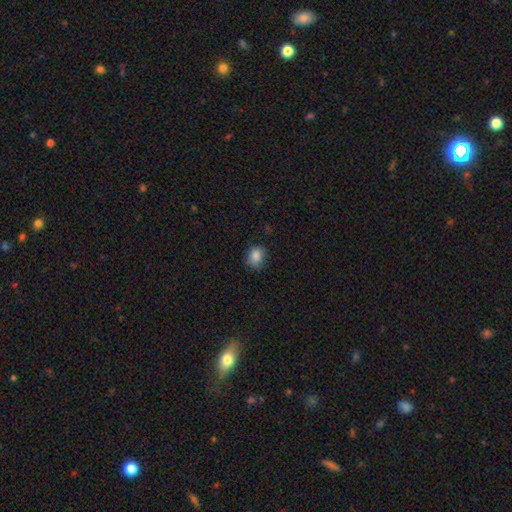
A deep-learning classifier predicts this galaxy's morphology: smooth 85%, star or artifact 10%, featured or disk 5%. Down the decision tree: how rounded — round (60%); merging — none (77%).